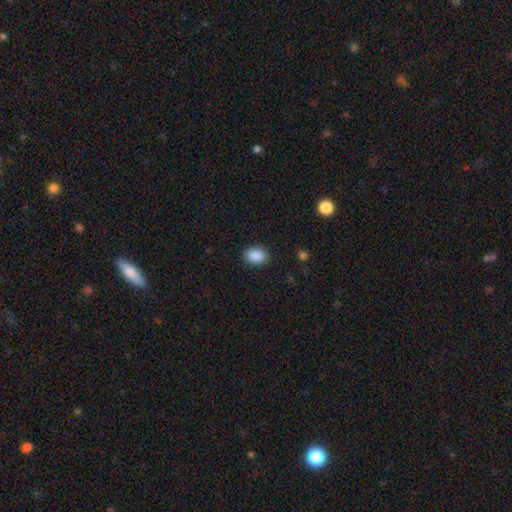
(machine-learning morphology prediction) The model was most divided on "how rounded": in between: 66%, round: 33%, cigar-shaped: 1%. More confident: smooth or featured — smooth (89%); merging — none (88%).